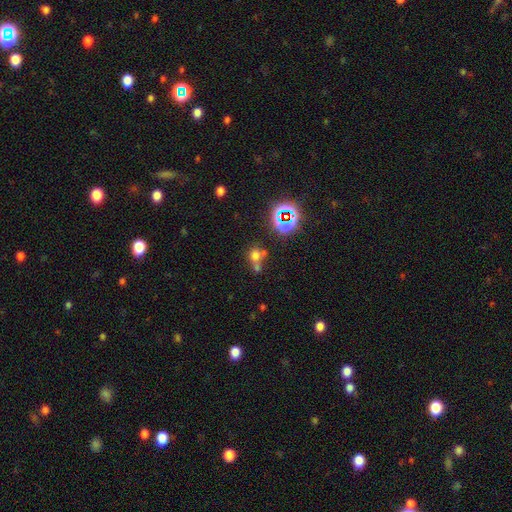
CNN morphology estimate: smooth-or-featured: smooth: 59% | star or artifact: 29% | featured or disk: 12%
  how-rounded: round: 77% | in between: 21% | cigar-shaped: 2%
  merging: none: 45% | merger: 38% | minor disturbance: 11% | major disturbance: 7%